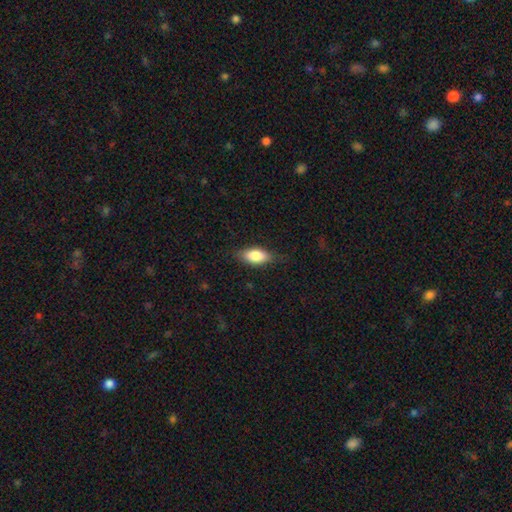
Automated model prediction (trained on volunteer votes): The model was most divided on "merging": none: 78%, minor disturbance: 17%, major disturbance: 4%, merger: 1%. More confident: how rounded — in between (86%); smooth or featured — smooth (80%).